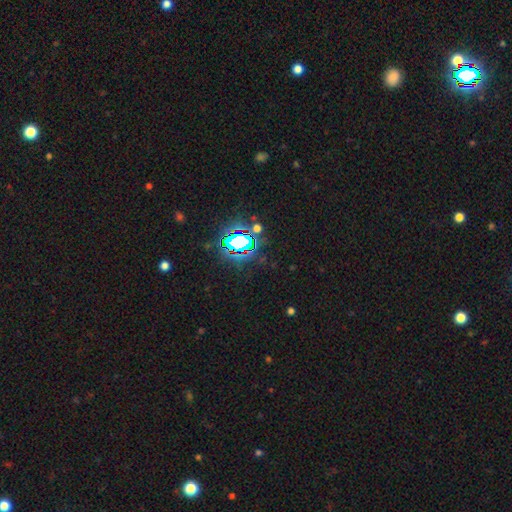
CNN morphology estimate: star or artifact 82%, smooth 11%, featured or disk 7%.